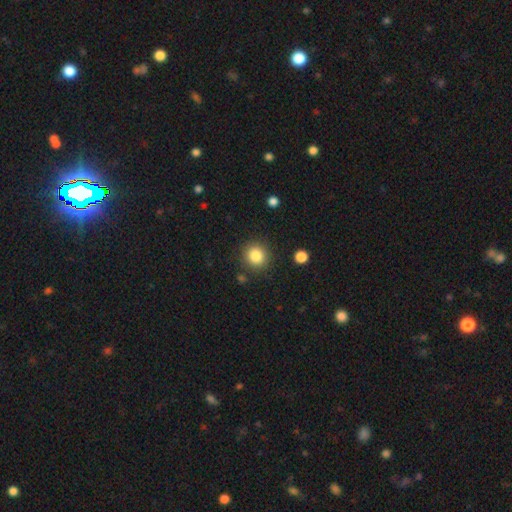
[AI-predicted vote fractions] Overall: smooth (84%). How rounded: round (90%). Merging: none (87%).